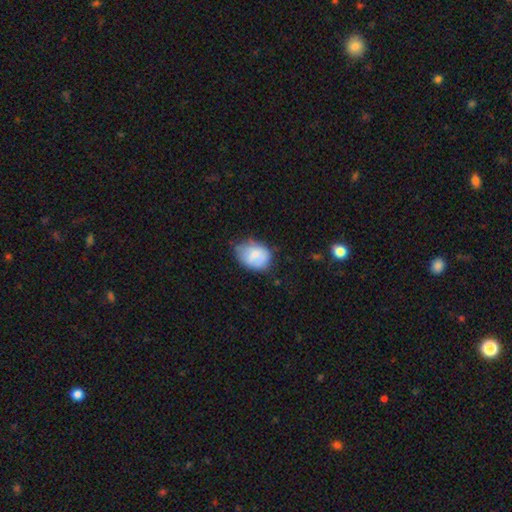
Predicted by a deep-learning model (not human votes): Morphology: type=smooth (73%); roundness=in between (67%); merging=none (54%).